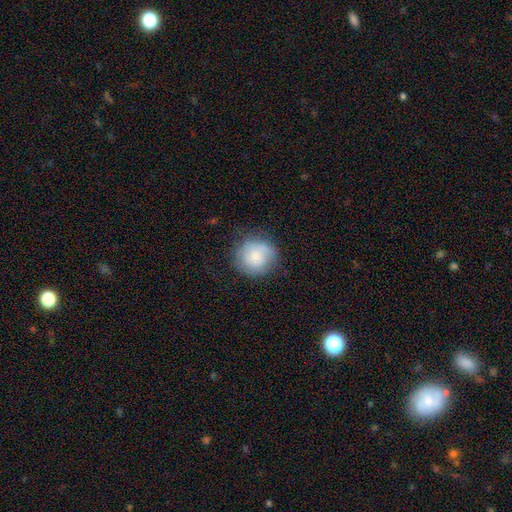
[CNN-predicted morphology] smooth_or_featured: smooth (p=0.68) [alt: featured or disk p=0.24]
how_rounded: round (p=0.91) [alt: in between p=0.08]
merging: none (p=0.72) [alt: minor disturbance p=0.18]